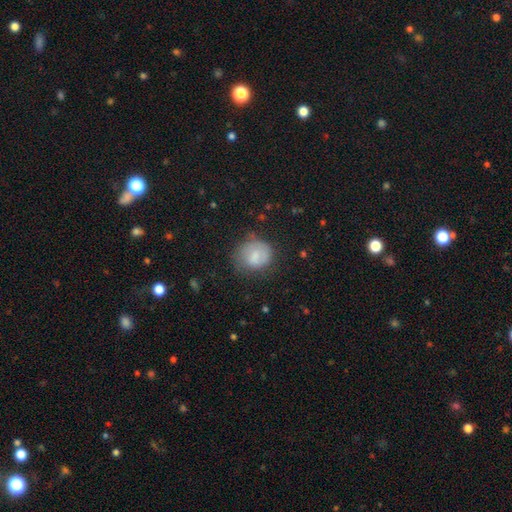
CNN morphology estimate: The model was most divided on "merging": none: 57%, minor disturbance: 27%, major disturbance: 14%, merger: 2%. More confident: smooth or featured — smooth (73%); how rounded — round (72%).